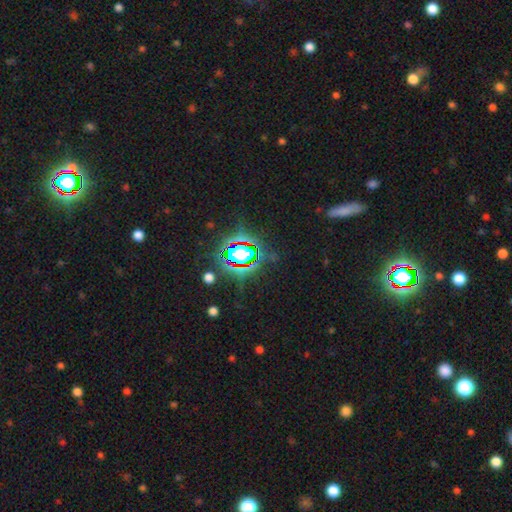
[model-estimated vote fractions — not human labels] smooth_or_featured: star or artifact (p=0.81) [alt: smooth p=0.11]